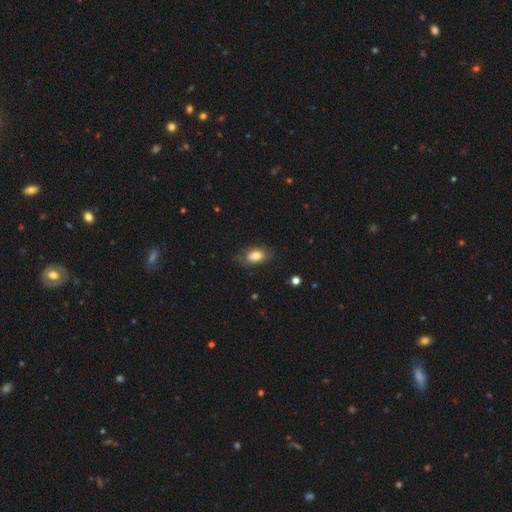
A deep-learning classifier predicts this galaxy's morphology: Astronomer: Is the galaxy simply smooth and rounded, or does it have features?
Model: smooth — 77%.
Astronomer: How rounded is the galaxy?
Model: in between — 88%.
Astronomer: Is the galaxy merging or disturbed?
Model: none — 73%.